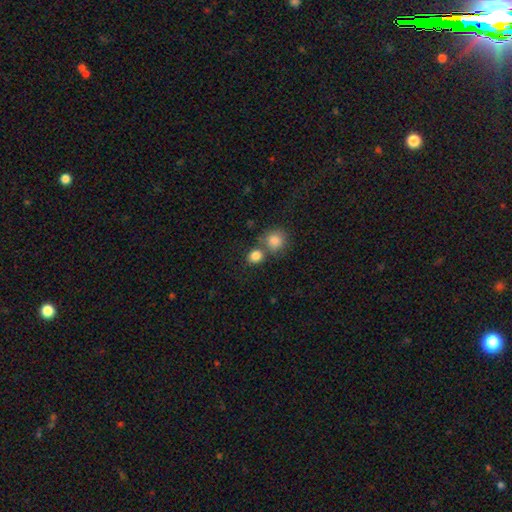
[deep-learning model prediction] A smooth galaxy with no disk features (84%) that is round (74%). Merging: none (57%).